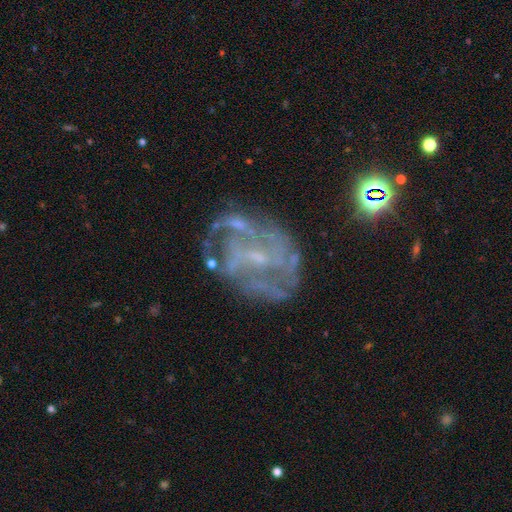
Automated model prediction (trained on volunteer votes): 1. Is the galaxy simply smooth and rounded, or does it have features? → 80% featured or disk, 11% star or artifact, 10% smooth.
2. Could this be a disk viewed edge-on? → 97% no, 3% yes.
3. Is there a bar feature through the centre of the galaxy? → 45% weak, 40% no, 15% strong.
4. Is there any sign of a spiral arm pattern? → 74% yes, 26% no.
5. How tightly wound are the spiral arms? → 40% medium, 39% tight, 21% loose.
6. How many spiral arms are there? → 45% can't tell, 19% 2, 16% 3, 9% 4, 6% 1, 5% more than 4.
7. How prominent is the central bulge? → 62% small, 20% none, 17% moderate, 1% large, 1% dominant.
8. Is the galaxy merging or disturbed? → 58% none, 20% minor disturbance, 18% major disturbance, 4% merger.